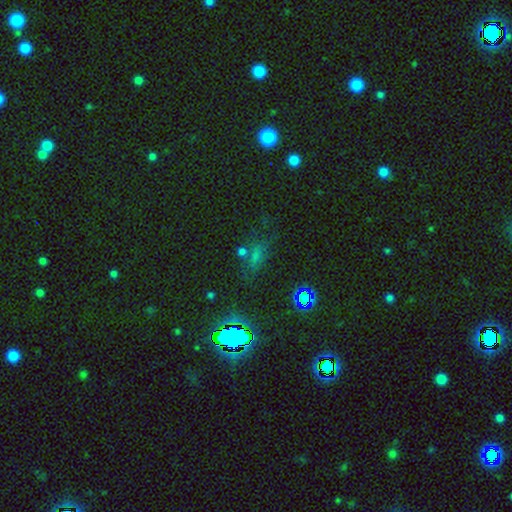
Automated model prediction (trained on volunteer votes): Morphology: type=star or artifact (52%).